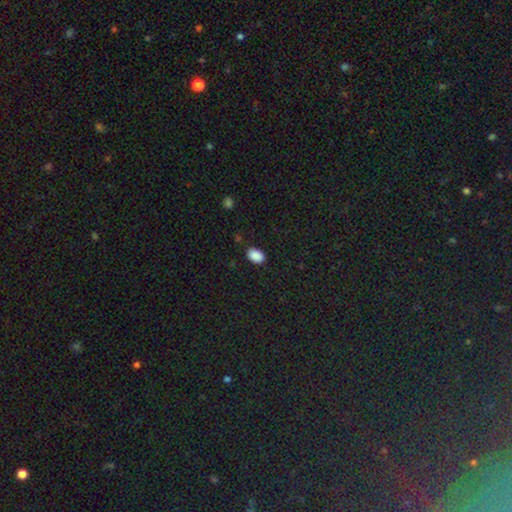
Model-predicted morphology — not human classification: Overall: smooth (89%). How rounded: in between (89%). Merging: none (85%).